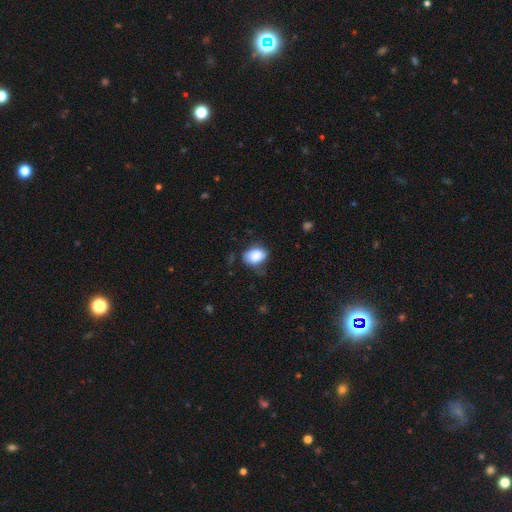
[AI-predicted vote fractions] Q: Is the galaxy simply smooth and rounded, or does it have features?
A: smooth — 85%.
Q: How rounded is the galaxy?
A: in between — 66%.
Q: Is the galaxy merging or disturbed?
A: none — 50%.